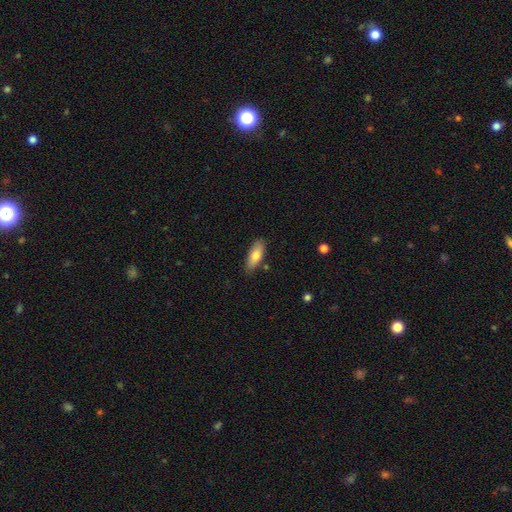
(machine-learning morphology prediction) This is likely a smooth galaxy (75%). How rounded: likely in between (70%). Merging: clearly none (82%).